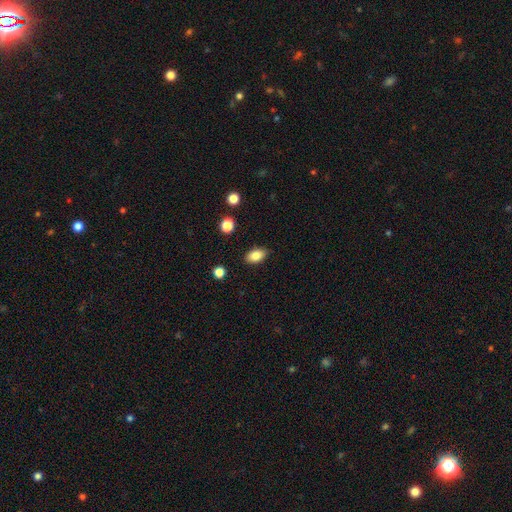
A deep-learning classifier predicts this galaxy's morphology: Smooth or featured? Predicted: smooth (p=0.83). How rounded? Predicted: in between (p=0.89). Merging? Predicted: none (p=0.86).